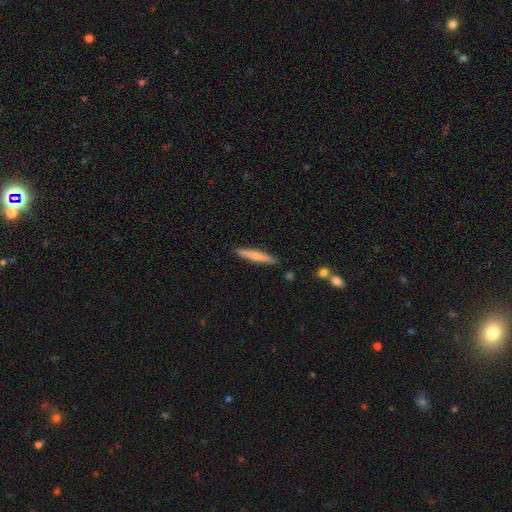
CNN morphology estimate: A smooth galaxy with no disk features (68%) that is cigar-shaped (94%). Merging: none (87%).